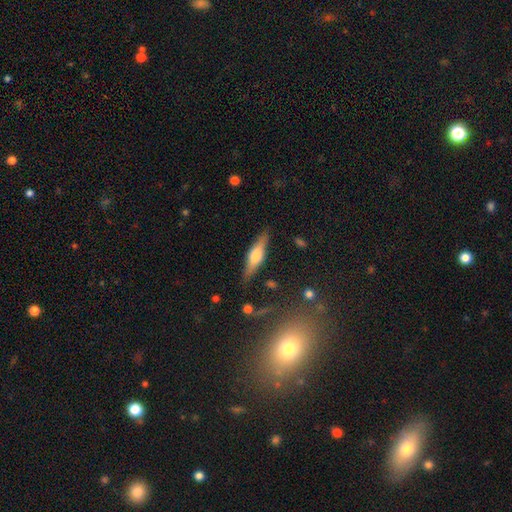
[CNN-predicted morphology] Smooth or featured: featured or disk — 53% (smooth — 41%)
Edge-on disk: yes — 93% (no — 7%)
Merging: none — 86% (minor disturbance — 10%)